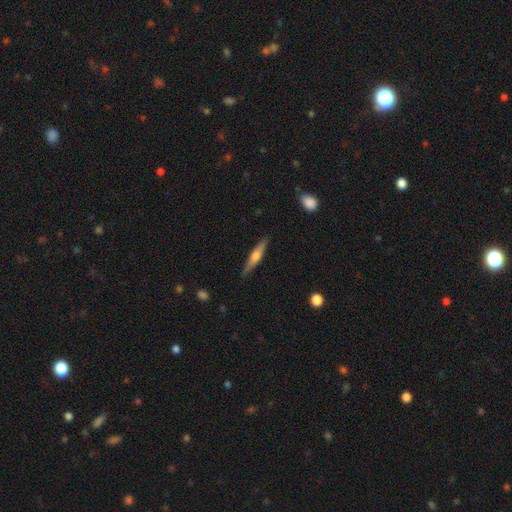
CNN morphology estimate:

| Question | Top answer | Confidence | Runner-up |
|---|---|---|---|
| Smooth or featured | featured or disk | 55% | smooth (40%) |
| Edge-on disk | yes | 96% | no (4%) |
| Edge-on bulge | rounded | 86% | boxy (7%) |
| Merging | none | 88% | minor disturbance (9%) |